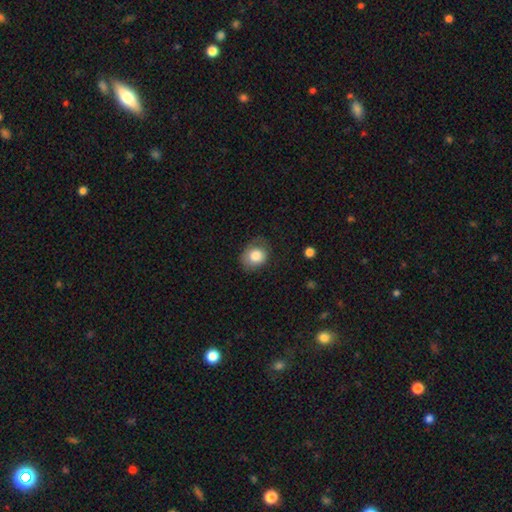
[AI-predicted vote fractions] Smooth or featured: smooth — 82% (featured or disk — 10%)
How rounded: round — 57% (in between — 42%)
Merging: none — 63% (minor disturbance — 26%)